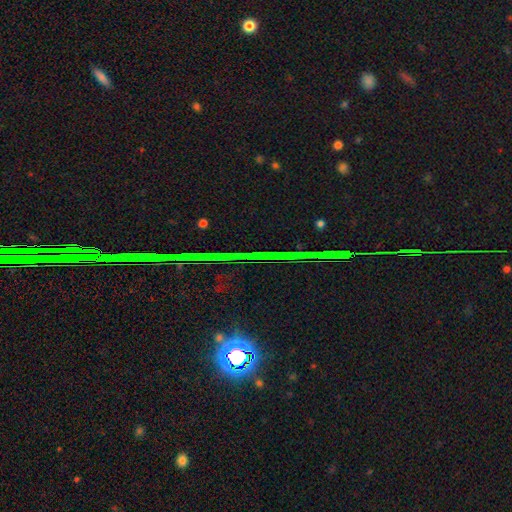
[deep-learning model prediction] Morphology: type=star or artifact (82%).